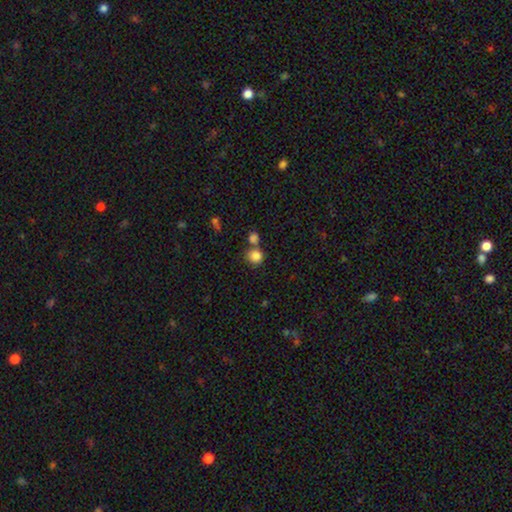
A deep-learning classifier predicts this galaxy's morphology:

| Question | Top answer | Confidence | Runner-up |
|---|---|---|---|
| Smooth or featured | smooth | 85% | star or artifact (10%) |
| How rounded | round | 85% | in between (14%) |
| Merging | none | 60% | merger (28%) |